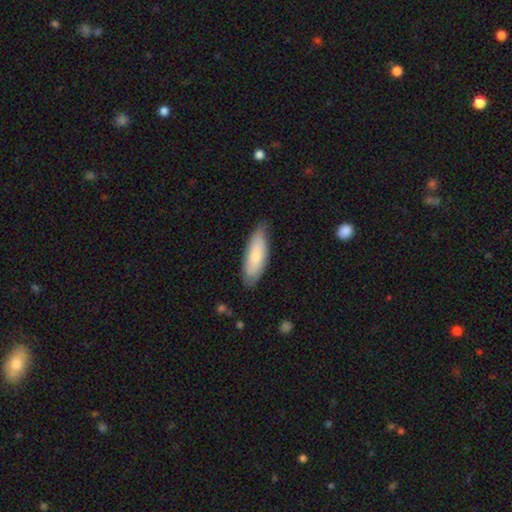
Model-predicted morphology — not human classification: Q: Smooth or featured?
A: smooth (72%); runner-up: featured or disk (23%)
Q: How rounded?
A: in between (64%); runner-up: cigar-shaped (34%)
Q: Merging?
A: none (72%); runner-up: minor disturbance (23%)